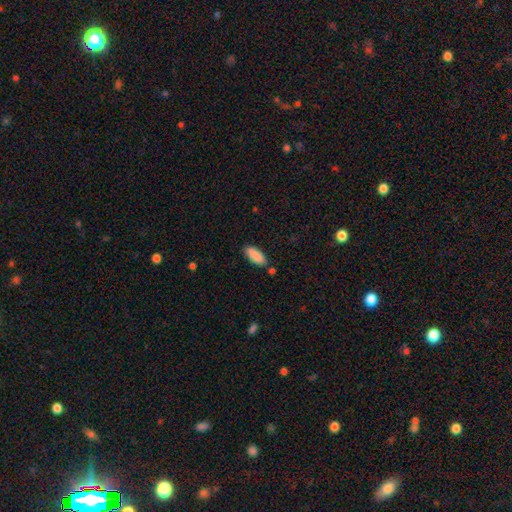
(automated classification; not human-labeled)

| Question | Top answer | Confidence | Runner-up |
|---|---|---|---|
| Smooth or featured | smooth | 88% | star or artifact (6%) |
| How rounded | in between | 77% | cigar-shaped (21%) |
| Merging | none | 76% | minor disturbance (15%) |